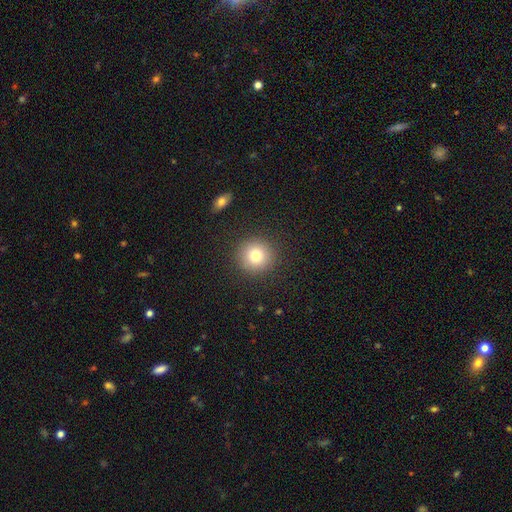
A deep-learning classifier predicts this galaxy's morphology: Smooth or featured: smooth — 79% (star or artifact — 12%)
How rounded: round — 93% (in between — 6%)
Merging: none — 90% (minor disturbance — 6%)